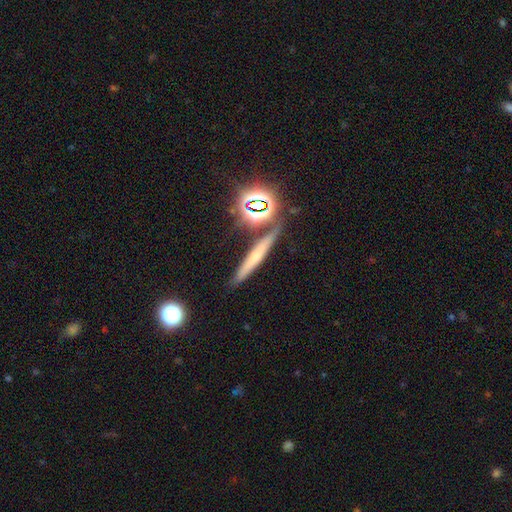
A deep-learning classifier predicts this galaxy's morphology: A smooth galaxy with no disk features (41%). Merging: none (81%).